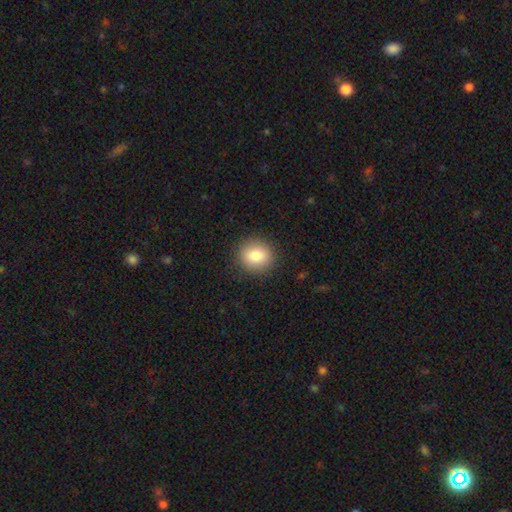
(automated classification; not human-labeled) Morphology: type=smooth (84%); roundness=round (80%); merging=none (89%).